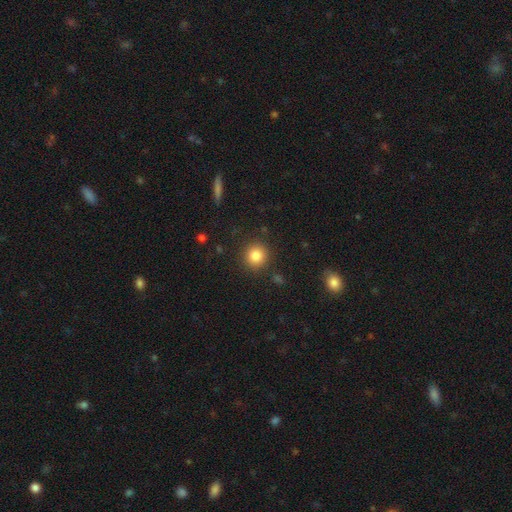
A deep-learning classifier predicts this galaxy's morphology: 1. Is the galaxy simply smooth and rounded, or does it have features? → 84% smooth, 11% star or artifact, 6% featured or disk.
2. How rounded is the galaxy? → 92% round, 7% in between, 1% cigar-shaped.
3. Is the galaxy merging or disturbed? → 89% none, 7% minor disturbance, 3% major disturbance, 2% merger.